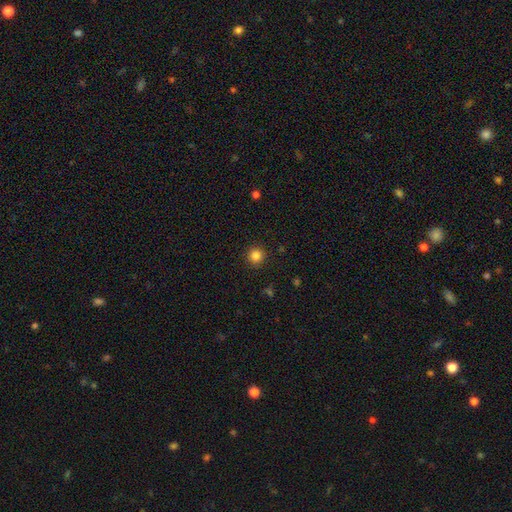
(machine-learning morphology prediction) Overall: smooth (85%). How rounded: round (95%). Merging: none (92%).